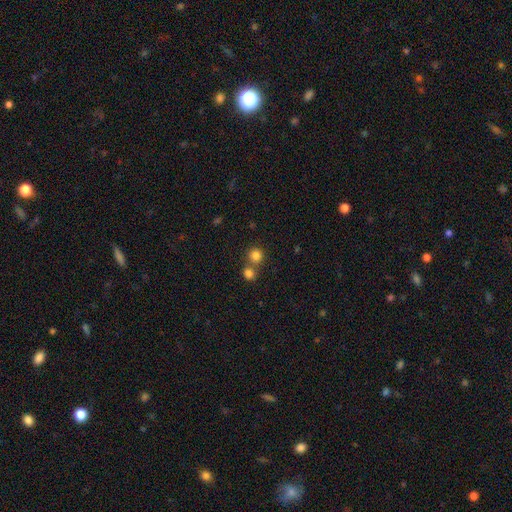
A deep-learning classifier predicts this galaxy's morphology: smooth 82%, star or artifact 12%, featured or disk 6%. Down the decision tree: how rounded — round (91%); merging — none (59%).